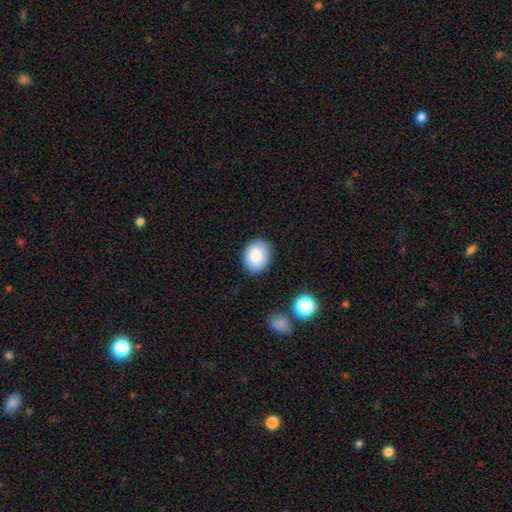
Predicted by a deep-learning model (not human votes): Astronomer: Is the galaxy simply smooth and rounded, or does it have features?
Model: smooth — 86%.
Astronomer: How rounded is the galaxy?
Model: in between — 57% (runner-up: round, 42%).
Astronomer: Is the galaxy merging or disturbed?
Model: none — 85%.